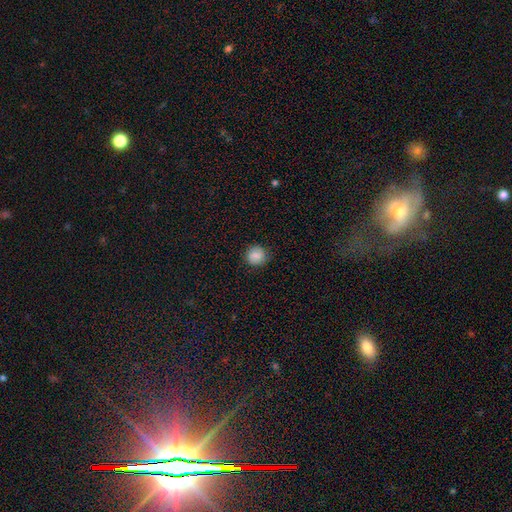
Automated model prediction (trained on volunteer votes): Q: Smooth or featured?
A: smooth (82%); runner-up: featured or disk (9%)
Q: How rounded?
A: round (89%); runner-up: in between (10%)
Q: Merging?
A: none (85%); runner-up: minor disturbance (11%)